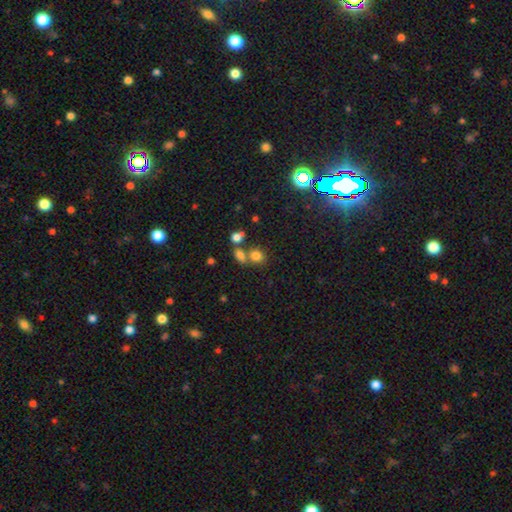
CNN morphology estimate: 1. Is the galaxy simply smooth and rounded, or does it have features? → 75% smooth, 16% star or artifact, 9% featured or disk.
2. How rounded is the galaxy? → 61% round, 37% in between, 1% cigar-shaped.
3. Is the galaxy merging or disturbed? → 48% none, 37% merger, 10% minor disturbance, 5% major disturbance.